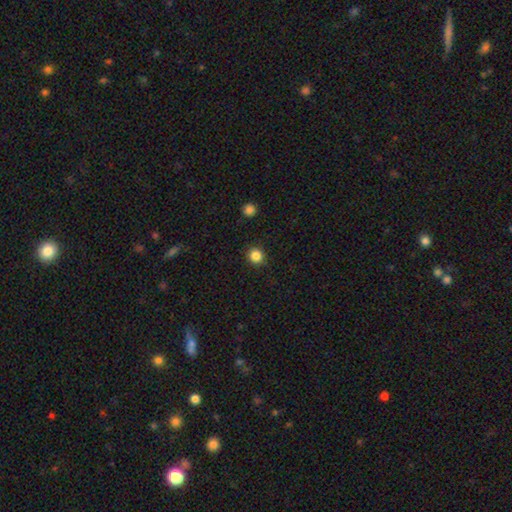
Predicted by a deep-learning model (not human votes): A smooth galaxy with no disk features (85%) that is round (90%). Merging: none (91%).